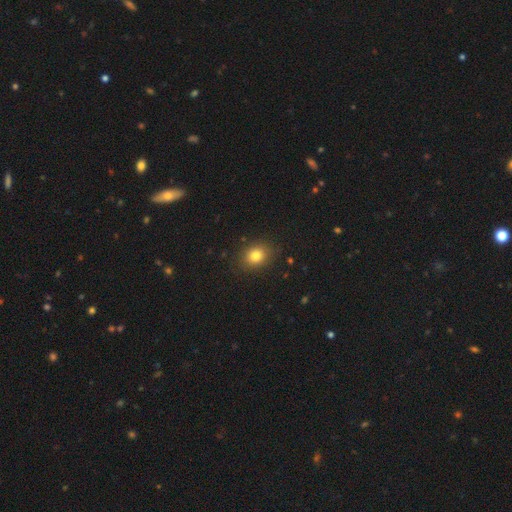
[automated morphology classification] A smooth galaxy with no disk features (81%) that is round (57%). Merging: none (86%).